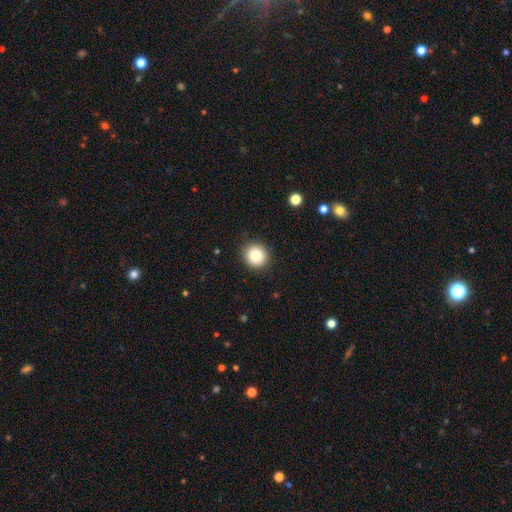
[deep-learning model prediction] Smooth or featured? smooth (85%)
How rounded? round (91%)
Merging? none (90%)